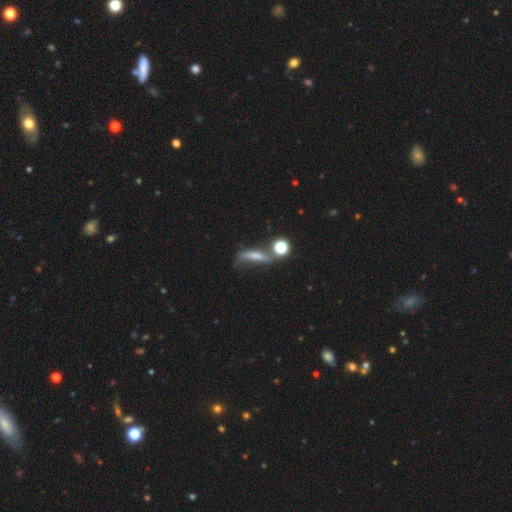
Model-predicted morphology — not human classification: A smooth galaxy with no disk features (44%). Merging: none (35%).